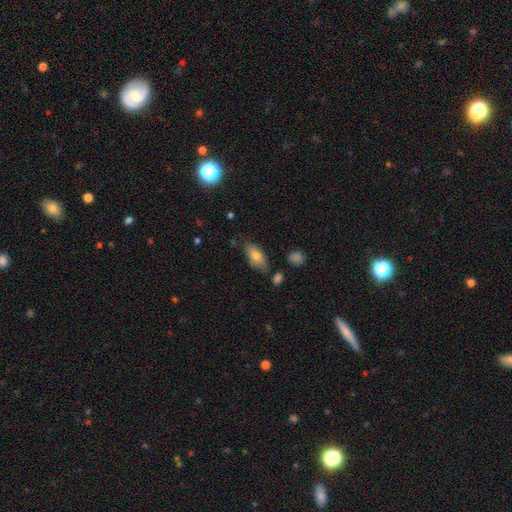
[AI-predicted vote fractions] Overall: smooth (76%). How rounded: in between (86%). Merging: none (72%).